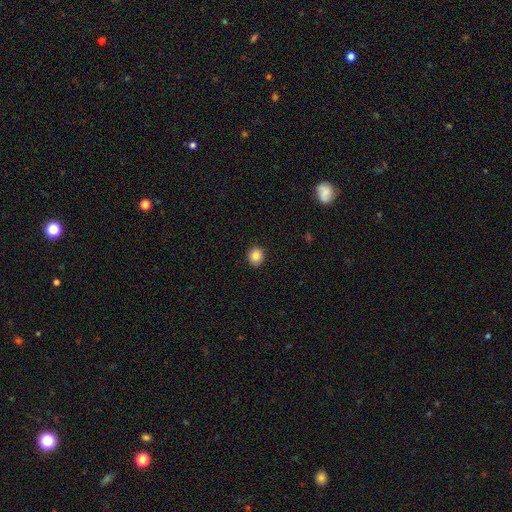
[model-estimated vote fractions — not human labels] This appears to be a smooth galaxy with no disk features (85%) that is round (79%). Merging: none (92%).